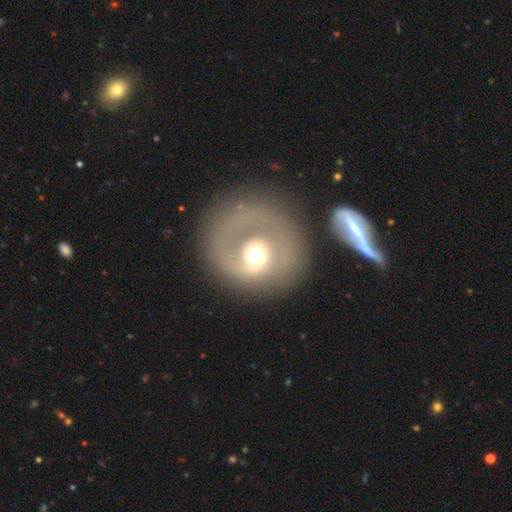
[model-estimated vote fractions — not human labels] A featured or disk galaxy (61%) with no bar (73%), spiral arms (56%) and a moderate central bulge (63%). Merging: none (57%).